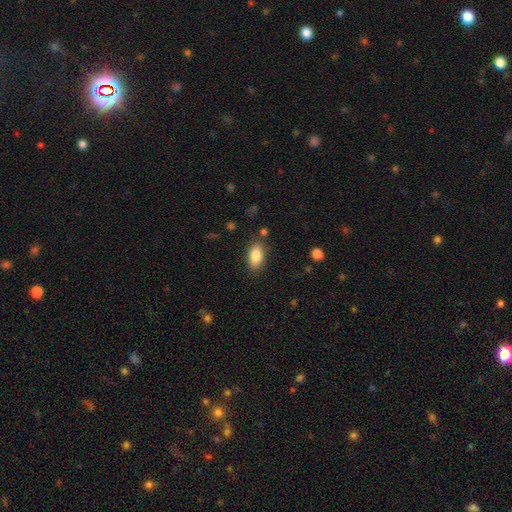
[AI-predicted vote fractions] A smooth galaxy with no disk features (85%) that is in between round and cigar-shaped (91%).

Vote fractions:
- Smooth or featured? smooth: 85% / featured or disk: 8% / star or artifact: 7%
- How rounded? in between: 91% / cigar-shaped: 5% / round: 4%
- Merging? none: 83% / minor disturbance: 11% / major disturbance: 3% / merger: 2%